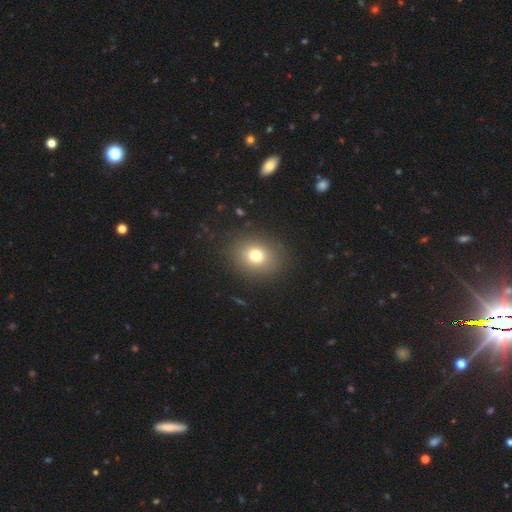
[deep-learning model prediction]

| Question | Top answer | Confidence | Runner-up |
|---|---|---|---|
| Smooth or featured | smooth | 75% | star or artifact (14%) |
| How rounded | round | 65% | in between (34%) |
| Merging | none | 87% | minor disturbance (8%) |